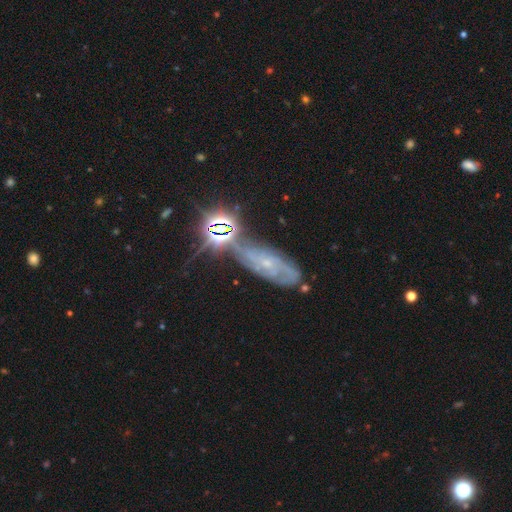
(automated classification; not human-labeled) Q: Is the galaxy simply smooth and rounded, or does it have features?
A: featured or disk — 41%.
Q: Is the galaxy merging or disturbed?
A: merger — 41%.